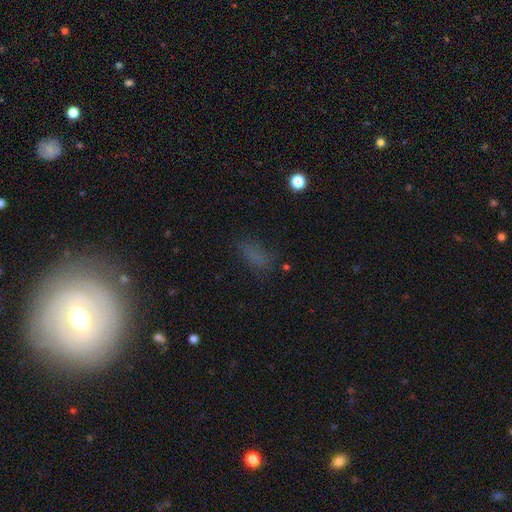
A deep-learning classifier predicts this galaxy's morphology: The model was most divided on "smooth or featured": smooth: 69%, star or artifact: 21%, featured or disk: 10%. More confident: how rounded — in between (75%); merging — none (70%).